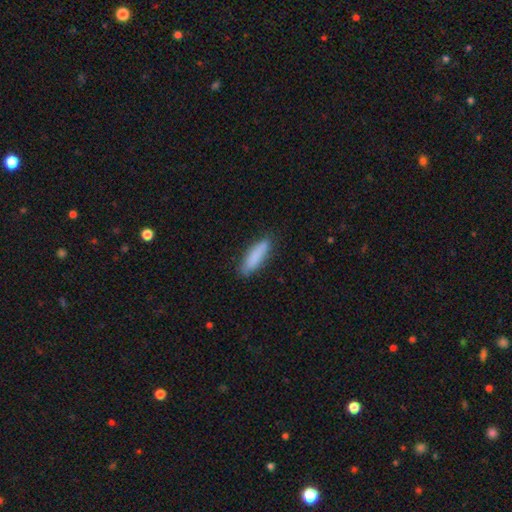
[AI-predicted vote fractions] Smooth or featured: smooth — 85% (featured or disk — 9%)
How rounded: cigar-shaped — 65% (in between — 33%)
Merging: none — 82% (minor disturbance — 14%)